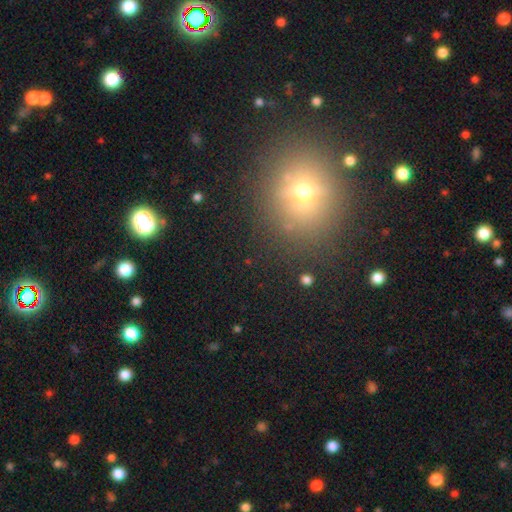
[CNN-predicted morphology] A smooth galaxy with no disk features (50%).

Vote fractions:
- Smooth or featured? smooth: 50% / star or artifact: 35% / featured or disk: 15%
- Merging? none: 85% / minor disturbance: 9% / major disturbance: 4% / merger: 3%